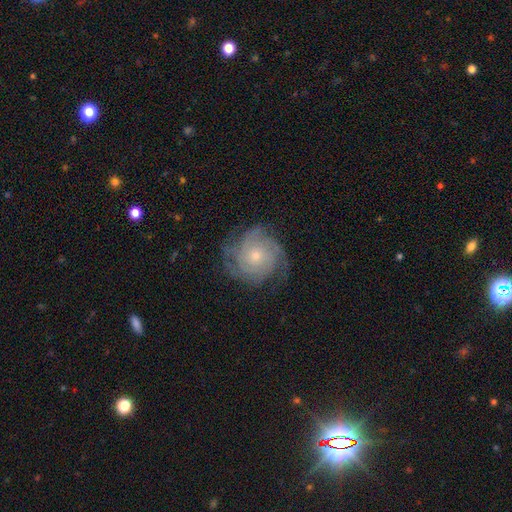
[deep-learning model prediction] A featured or disk galaxy (84%) with no bar (81%), 3 (27%) tight (68%) spiral arms (96%) and a small central bulge (58%).

Vote fractions:
- Smooth or featured? featured or disk: 84% / smooth: 10% / star or artifact: 6%
- Edge-on disk? no: 98% / yes: 2%
- Bar? no: 81% / weak: 17% / strong: 3%
- Spiral arms? yes: 96% / no: 4%
- Spiral winding? tight: 68% / medium: 26% / loose: 6%
- Spiral arm count? 3: 27% / can't tell: 25% / 4: 20% / 2: 14% / more than 4: 7% / 1: 6%
- Bulge size? small: 58% / moderate: 38% / large: 2% / none: 2% / dominant: 1%
- Merging? none: 73% / minor disturbance: 18% / major disturbance: 8% / merger: 1%